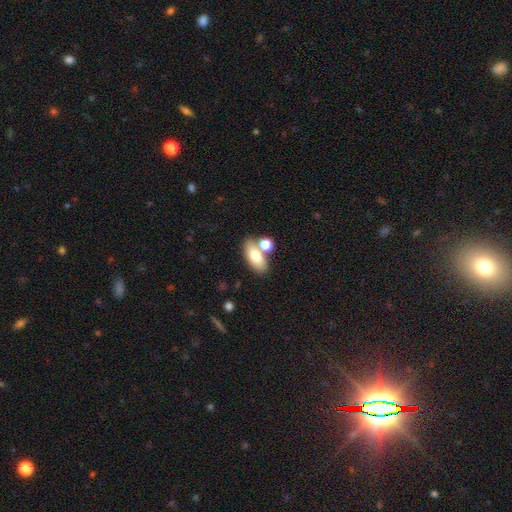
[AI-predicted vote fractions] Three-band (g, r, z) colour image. It shows a smooth galaxy with no disk features (74%) that is in between round and cigar-shaped (83%). Merging: none (60%).